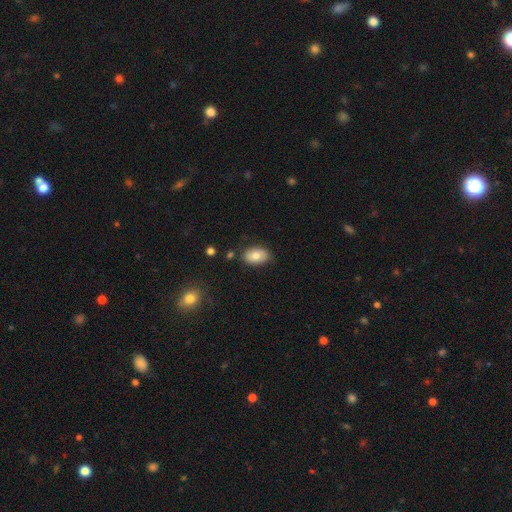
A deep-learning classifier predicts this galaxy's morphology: smooth_or_featured: smooth (p=0.79) [alt: featured or disk p=0.13]
how_rounded: in between (p=0.89) [alt: round p=0.10]
merging: none (p=0.80) [alt: minor disturbance p=0.14]